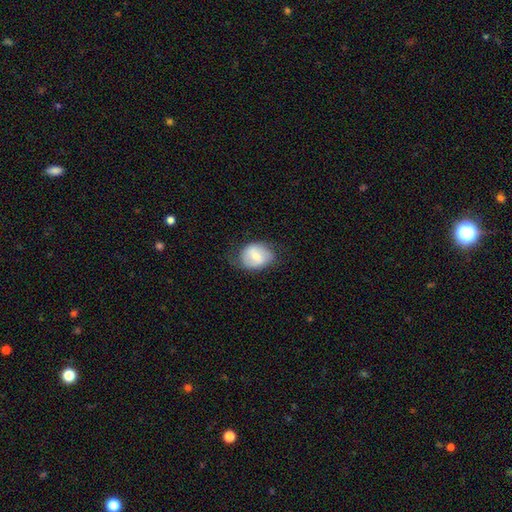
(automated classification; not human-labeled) A smooth galaxy with no disk features (58%) that is in between round and cigar-shaped (53%). Merging: none (65%).